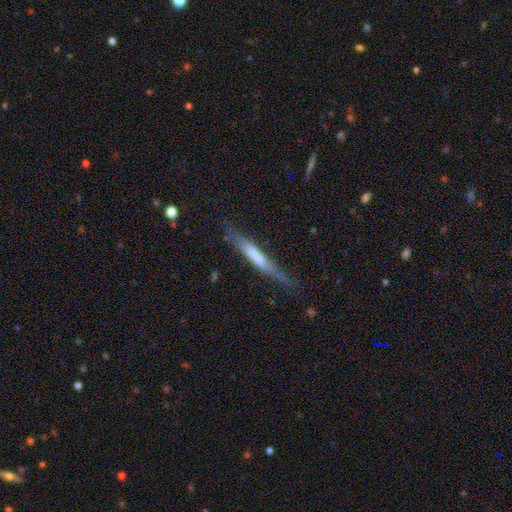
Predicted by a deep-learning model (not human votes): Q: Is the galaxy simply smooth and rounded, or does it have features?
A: featured or disk — 60%.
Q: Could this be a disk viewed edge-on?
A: yes — 92%.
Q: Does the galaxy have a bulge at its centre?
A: none — 48%.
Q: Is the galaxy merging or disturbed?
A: none — 72%.